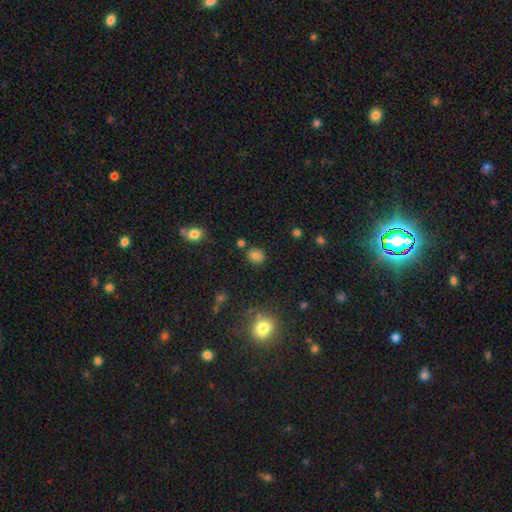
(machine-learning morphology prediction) Smooth or featured: smooth — 78% (star or artifact — 14%)
How rounded: round — 75% (in between — 24%)
Merging: none — 83% (minor disturbance — 9%)